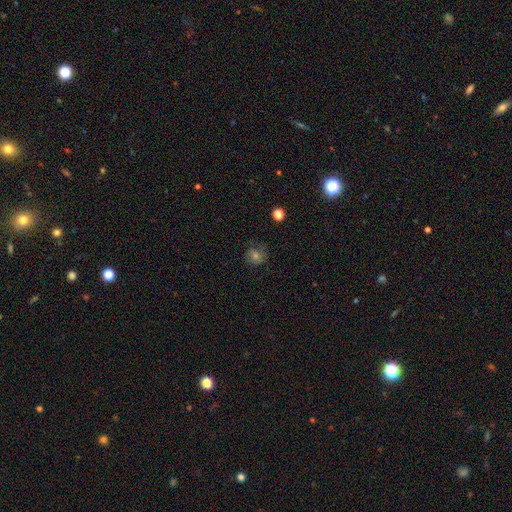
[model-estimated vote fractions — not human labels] smooth 50%, featured or disk 28%, star or artifact 22%. Down the decision tree: merging — none (73%).